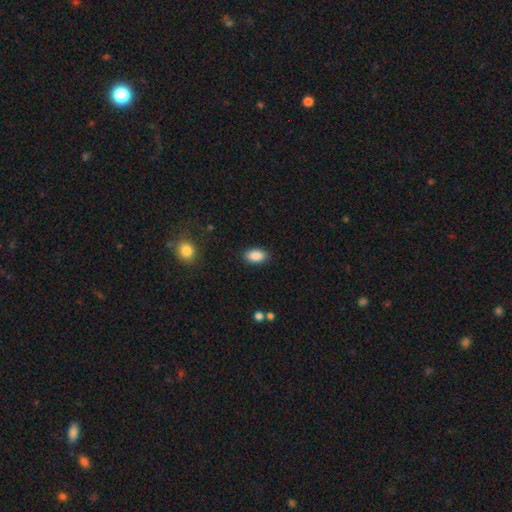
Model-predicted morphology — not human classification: Overall: smooth (89%). How rounded: in between (92%). Merging: none (88%).